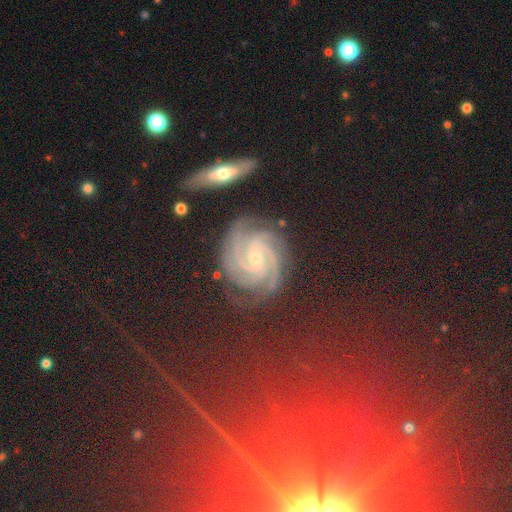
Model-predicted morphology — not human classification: type=featured or disk (74%); edge-on=no (96%); bar=no (56%); spiral arms=yes (98%); winding=tight (80%); arm count=3 (34%); bulge=small (69%); merging=none (81%).